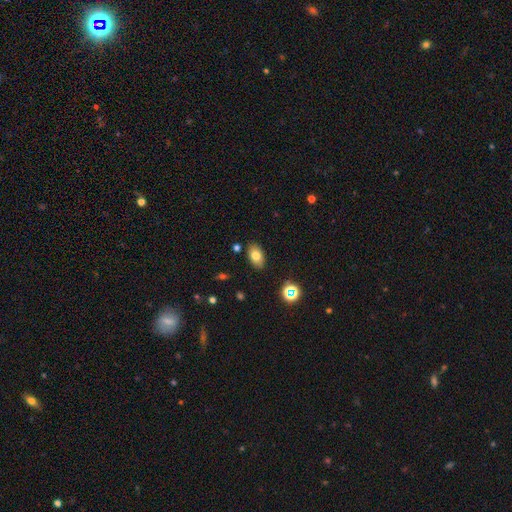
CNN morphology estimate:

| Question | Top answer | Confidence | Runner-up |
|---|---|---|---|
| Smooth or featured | smooth | 76% | featured or disk (13%) |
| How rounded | in between | 89% | round (10%) |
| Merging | none | 85% | minor disturbance (11%) |